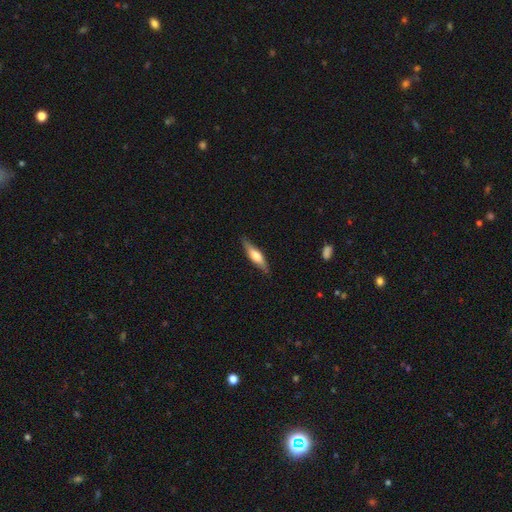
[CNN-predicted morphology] A smooth galaxy with no disk features (48%). Merging: none (84%).